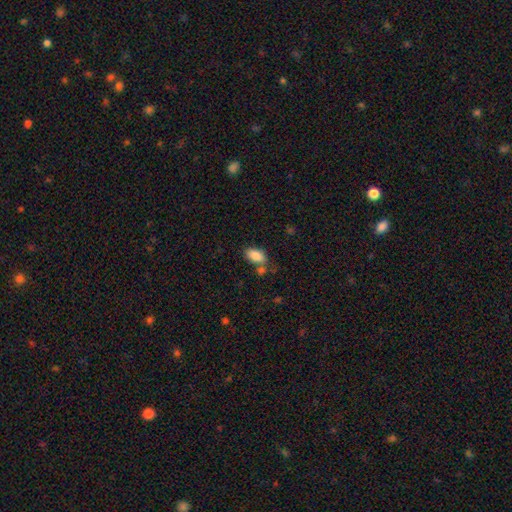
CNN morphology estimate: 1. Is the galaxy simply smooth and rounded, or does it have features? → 86% smooth, 8% star or artifact, 6% featured or disk.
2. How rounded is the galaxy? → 92% in between, 4% round, 4% cigar-shaped.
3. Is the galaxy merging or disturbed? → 63% none, 17% minor disturbance, 15% merger, 5% major disturbance.